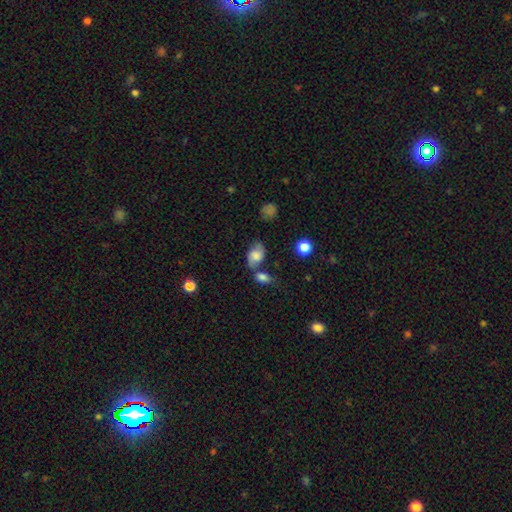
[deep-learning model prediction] A smooth galaxy with no disk features (57%) that is in between round and cigar-shaped (82%).

Vote fractions:
- Smooth or featured? smooth: 57% / featured or disk: 32% / star or artifact: 10%
- How rounded? in between: 82% / round: 16% / cigar-shaped: 2%
- Merging? none: 46% / merger: 22% / minor disturbance: 22% / major disturbance: 10%